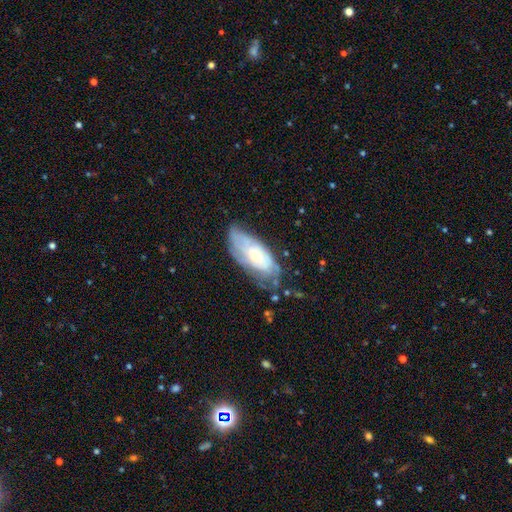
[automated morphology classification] type=featured or disk (60%); edge-on=no (87%); bar=no (81%); spiral arms=yes (69%); bulge=small (57%); merging=none (57%).